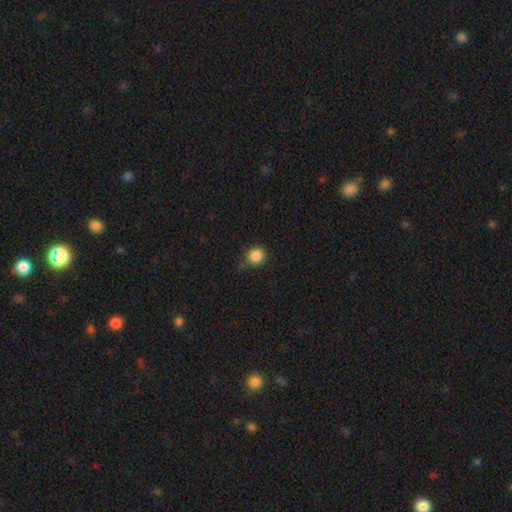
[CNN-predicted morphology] smooth_or_featured: smooth (p=0.87) [alt: star or artifact p=0.11]
how_rounded: round (p=0.92) [alt: in between p=0.07]
merging: none (p=0.80) [alt: minor disturbance p=0.14]